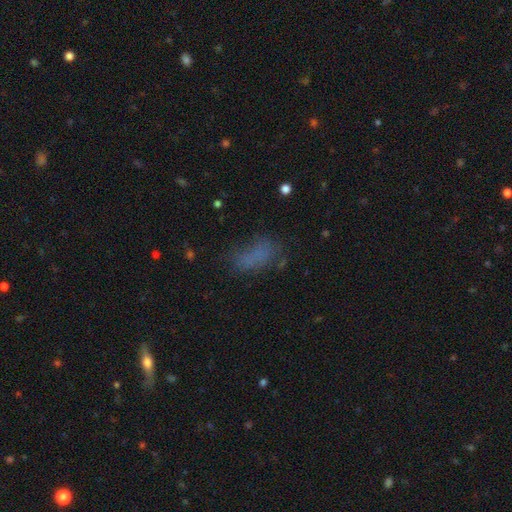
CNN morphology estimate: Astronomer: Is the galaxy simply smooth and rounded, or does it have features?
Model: smooth — 66%.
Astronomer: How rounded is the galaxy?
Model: in between — 83%.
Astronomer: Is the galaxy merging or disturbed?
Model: none — 53%.